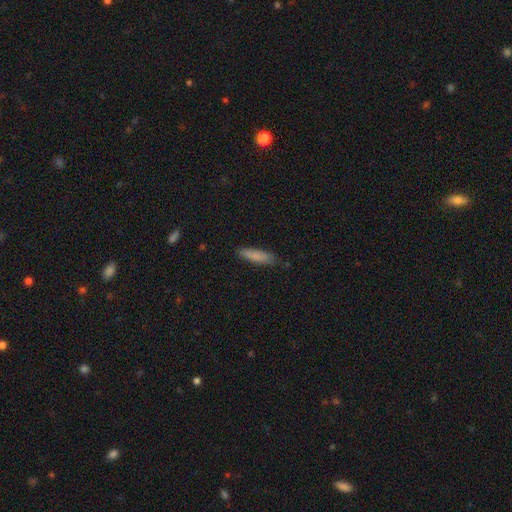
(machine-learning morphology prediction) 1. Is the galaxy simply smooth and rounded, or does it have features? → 83% smooth, 11% featured or disk, 6% star or artifact.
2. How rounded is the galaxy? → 70% cigar-shaped, 29% in between, 2% round.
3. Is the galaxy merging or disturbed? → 81% none, 15% minor disturbance, 2% major disturbance, 2% merger.